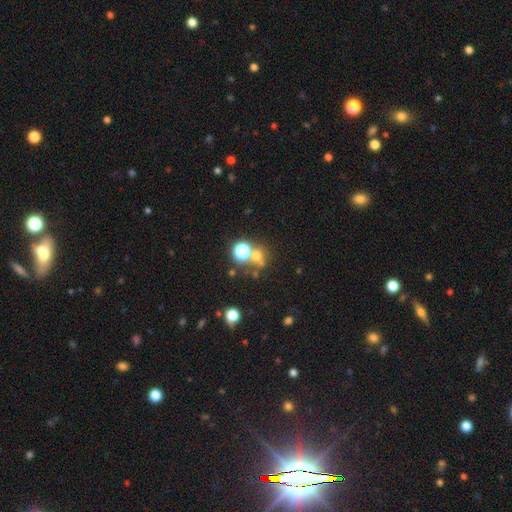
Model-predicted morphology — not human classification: smooth_or_featured: smooth (p=0.54) [alt: star or artifact p=0.34]
how_rounded: round (p=0.83) [alt: in between p=0.16]
merging: none (p=0.55) [alt: merger p=0.30]